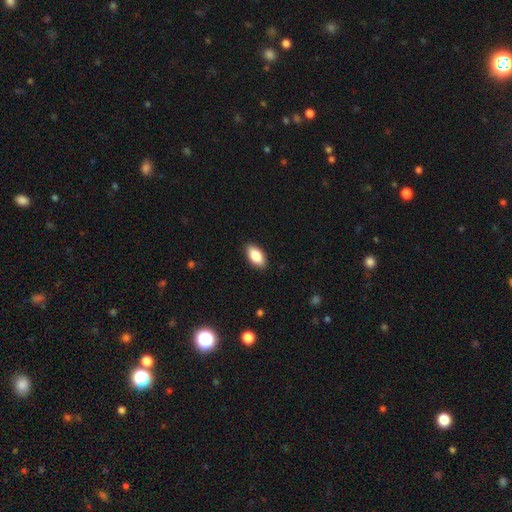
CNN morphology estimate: Smooth or featured?
  - smooth: 86% *
  - featured or disk: 7%
  - star or artifact: 7%
How rounded?
  - in between: 93% *
  - cigar-shaped: 5%
  - round: 3%
Merging?
  - none: 89% *
  - minor disturbance: 8%
  - major disturbance: 2%
  - merger: 1%